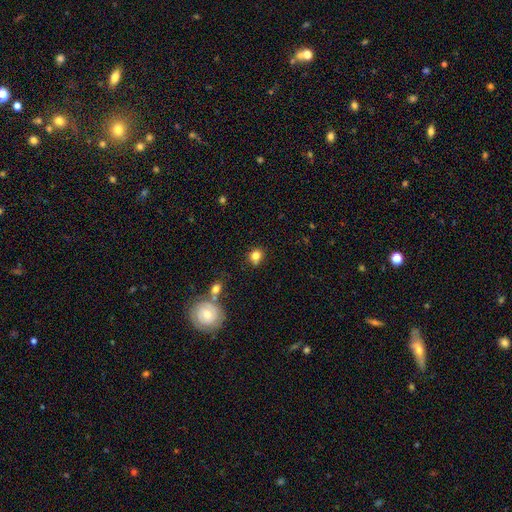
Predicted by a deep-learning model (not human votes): Smooth or featured? Predicted: smooth (p=0.80). How rounded? Predicted: round (p=0.70). Merging? Predicted: none (p=0.74).